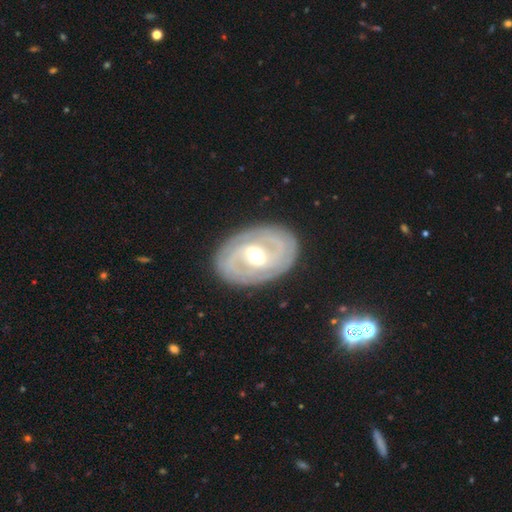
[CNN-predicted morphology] Smooth or featured: featured or disk — 84% (smooth — 12%)
Edge-on disk: no — 96% (yes — 4%)
Bar: weak — 47% (strong — 30%)
Spiral arms: yes — 87% (no — 13%)
Spiral winding: tight — 61% (medium — 28%)
Spiral arm count: 2 — 59% (can't tell — 21%)
Bulge size: moderate — 73% (large — 13%)
Merging: none — 83% (minor disturbance — 11%)